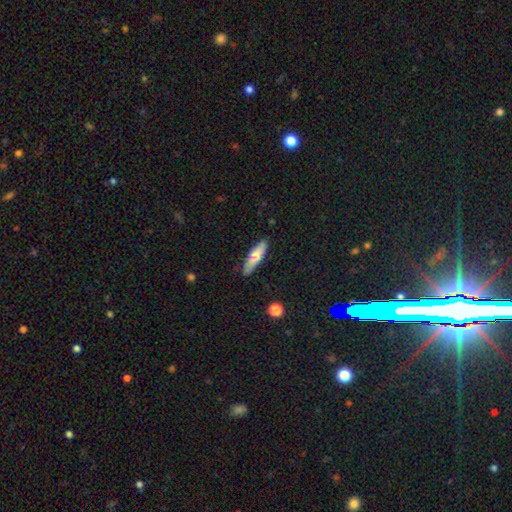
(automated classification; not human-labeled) Smooth or featured? Predicted: smooth (p=0.67). How rounded? Predicted: cigar-shaped (p=0.69). Merging? Predicted: none (p=0.84).